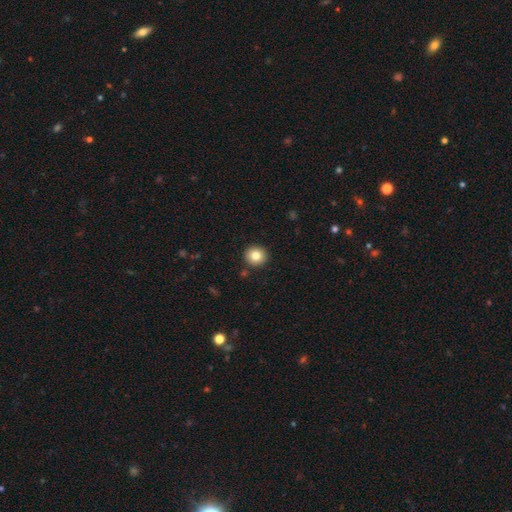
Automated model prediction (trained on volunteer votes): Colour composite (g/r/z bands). It shows a smooth galaxy with no disk features (82%) that is round (90%). Merging: none (90%).